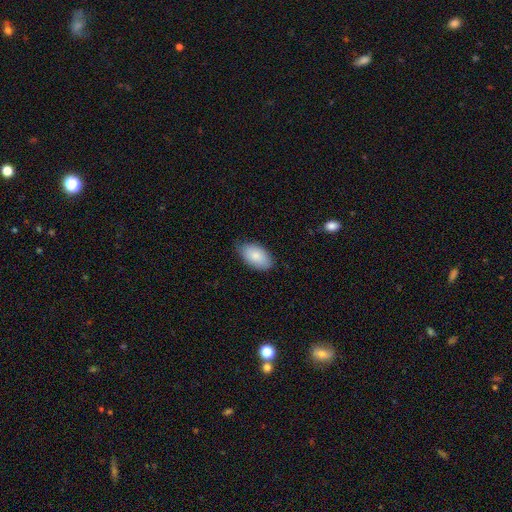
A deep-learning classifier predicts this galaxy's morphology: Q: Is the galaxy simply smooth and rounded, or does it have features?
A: smooth — 85%.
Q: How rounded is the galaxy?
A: in between — 95%.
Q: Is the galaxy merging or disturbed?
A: none — 74%.